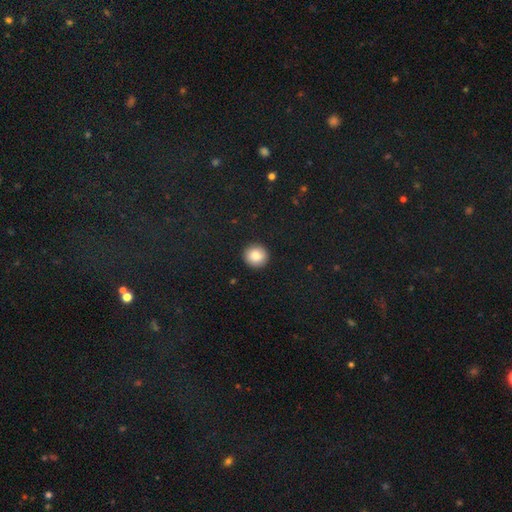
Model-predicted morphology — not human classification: This appears to be a smooth galaxy with no disk features (85%) that is round (94%). Merging: none (91%).